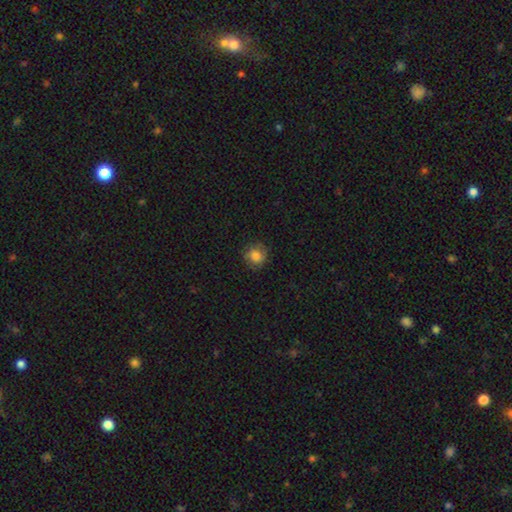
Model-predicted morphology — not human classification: Smooth or featured: smooth — 74% (featured or disk — 15%)
How rounded: round — 85% (in between — 14%)
Merging: none — 77% (minor disturbance — 16%)